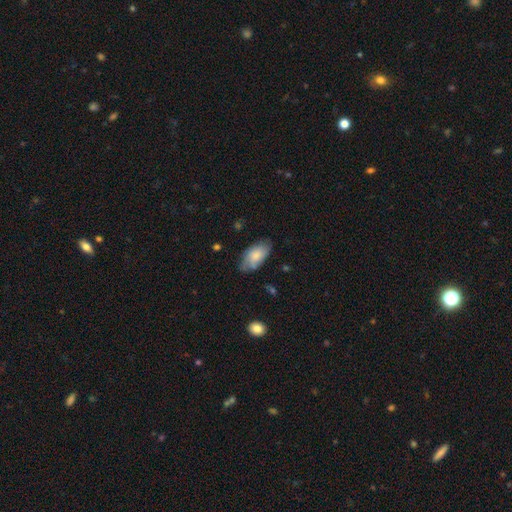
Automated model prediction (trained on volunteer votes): A smooth galaxy with no disk features (75%) that is in between round and cigar-shaped (94%).

Vote fractions:
- Smooth or featured? smooth: 75% / featured or disk: 19% / star or artifact: 7%
- How rounded? in between: 94% / cigar-shaped: 3% / round: 3%
- Merging? none: 62% / minor disturbance: 30% / major disturbance: 7% / merger: 2%